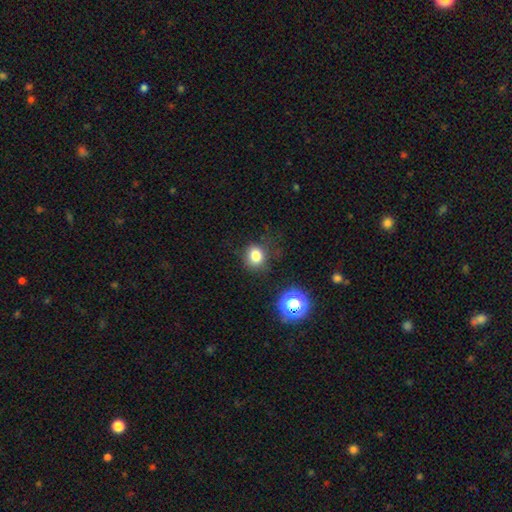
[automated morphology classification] Smooth or featured: smooth — 79% (star or artifact — 15%)
How rounded: round — 73% (in between — 27%)
Merging: none — 79% (minor disturbance — 14%)